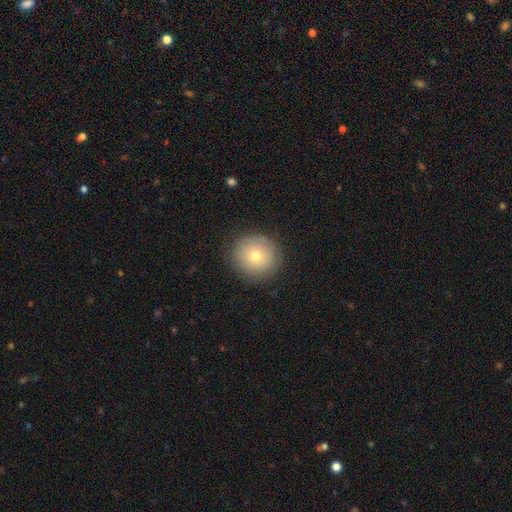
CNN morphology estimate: Smooth or featured? Predicted: smooth (p=0.72). How rounded? Predicted: round (p=0.93). Merging? Predicted: none (p=0.87).